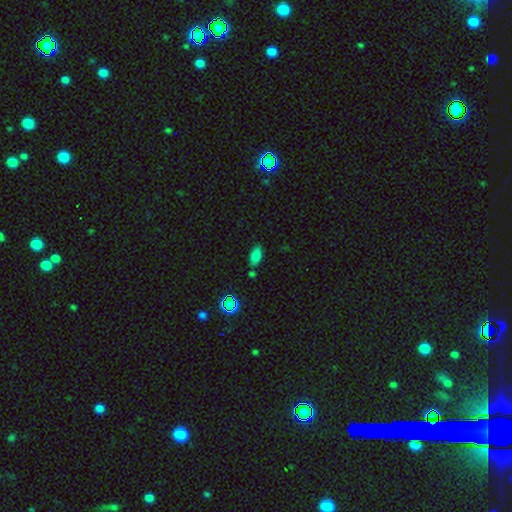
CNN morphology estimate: Smooth or featured? smooth (76%)
How rounded? in between (90%)
Merging? none (72%)